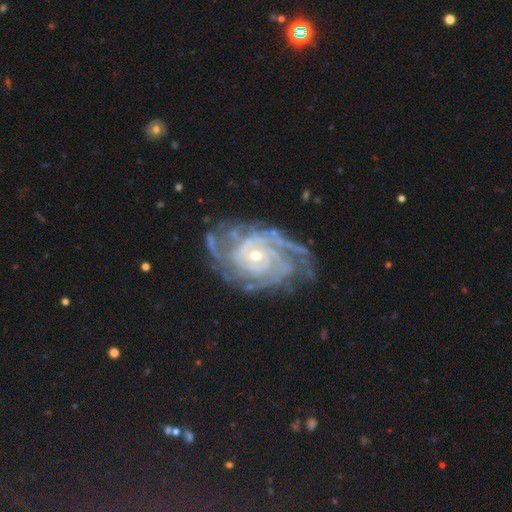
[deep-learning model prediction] Smooth or featured: featured or disk — 91% (star or artifact — 5%)
Edge-on disk: no — 97% (yes — 3%)
Bar: no — 69% (weak — 23%)
Spiral arms: yes — 98% (no — 2%)
Spiral winding: tight — 74% (medium — 22%)
Spiral arm count: can't tell — 23% (4 — 19%)
Bulge size: small — 56% (moderate — 40%)
Merging: none — 66% (minor disturbance — 21%)